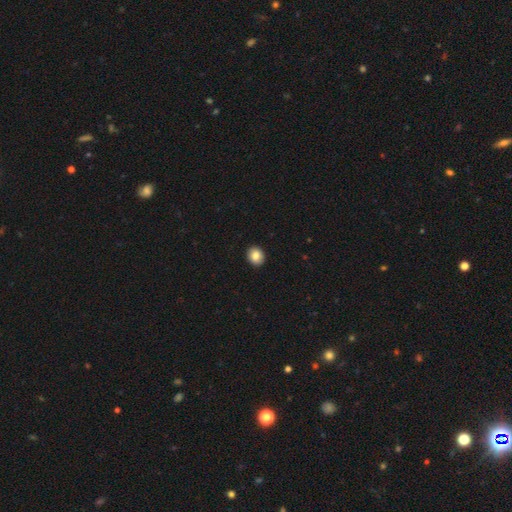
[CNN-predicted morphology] smooth_or_featured: smooth (p=0.85) [alt: star or artifact p=0.08]
how_rounded: round (p=0.69) [alt: in between p=0.30]
merging: none (p=0.93) [alt: minor disturbance p=0.05]